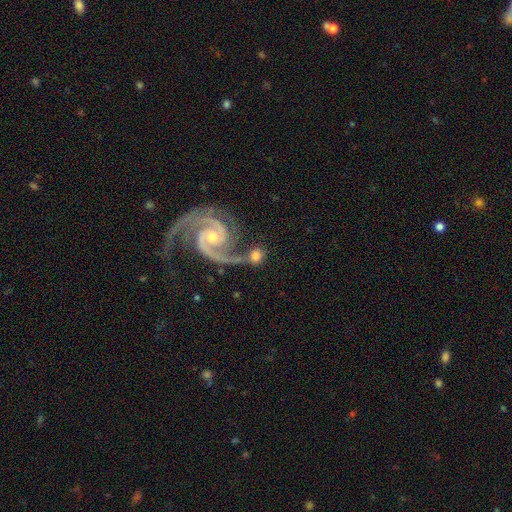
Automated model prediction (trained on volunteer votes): smooth-or-featured: featured or disk: 56% | smooth: 36% | star or artifact: 8%
  disk-edge-on: no: 96% | yes: 4%
    bar: no: 52% | weak: 34% | strong: 13%
    has-spiral-arms: yes: 92% | no: 8%
    bulge-size: moderate: 47% | small: 41% | large: 7% | none: 3% | dominant: 2%
  merging: none: 57% | merger: 22% | minor disturbance: 14% | major disturbance: 8%